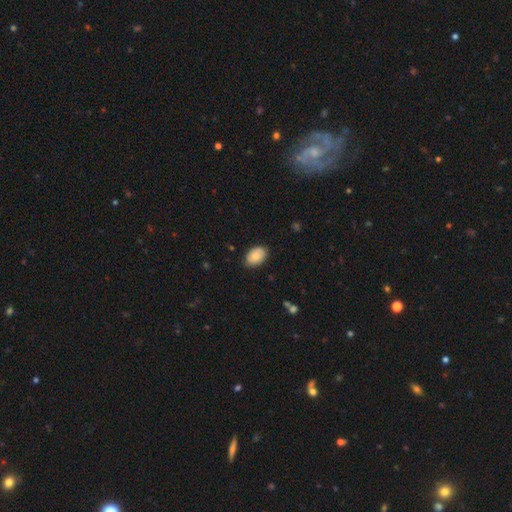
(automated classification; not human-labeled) Smooth or featured? smooth (80%)
How rounded? in between (88%)
Merging? none (82%)